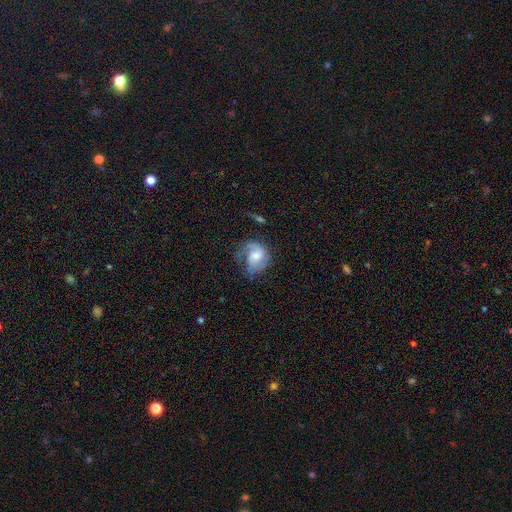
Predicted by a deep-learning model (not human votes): Morphology: type=featured or disk (70%); edge-on=no (98%); bar=no (52%); spiral arms=yes (91%); winding=medium (47%); arm count=2 (59%); bulge=moderate (50%); merging=none (50%).